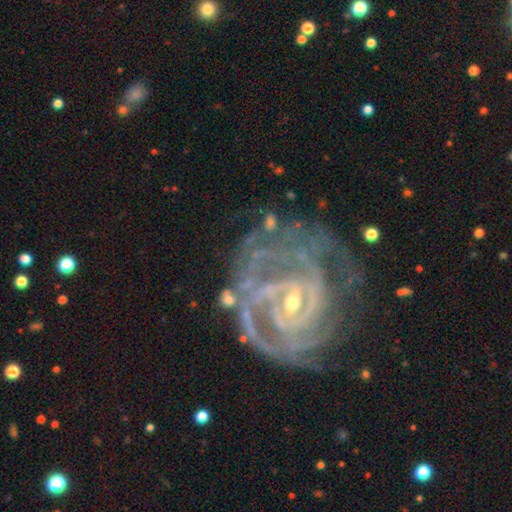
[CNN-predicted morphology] This is clearly a featured or disk galaxy (87%). It is clearly not viewed edge-on (97%). Bar: marginally strong (40%). Spiral arm pattern: clearly yes (95%). Spiral arm count: marginally 2 (26%). Spiral winding: likely tight (64%). Central bulge: likely small (62%). Merging: possibly none (55%).